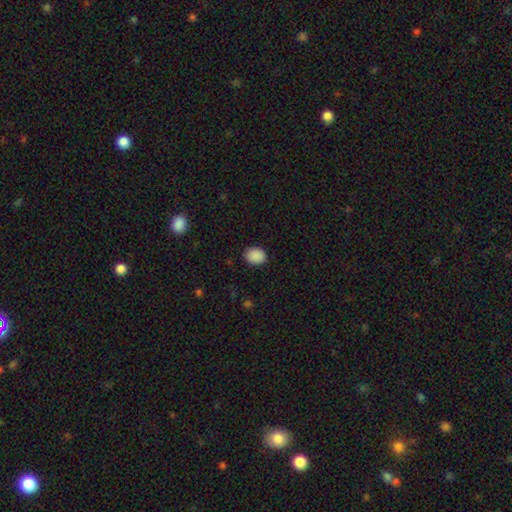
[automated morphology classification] type=smooth (90%); roundness=in between (51%); merging=none (87%).